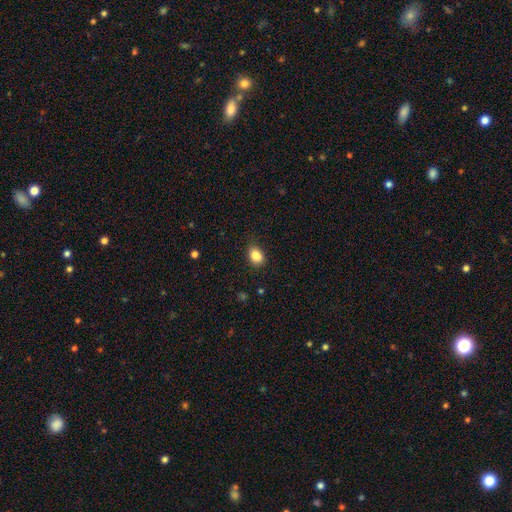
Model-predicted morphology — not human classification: smooth_or_featured: smooth (p=0.86) [alt: star or artifact p=0.09]
how_rounded: in between (p=0.75) [alt: round p=0.24]
merging: none (p=0.82) [alt: minor disturbance p=0.14]